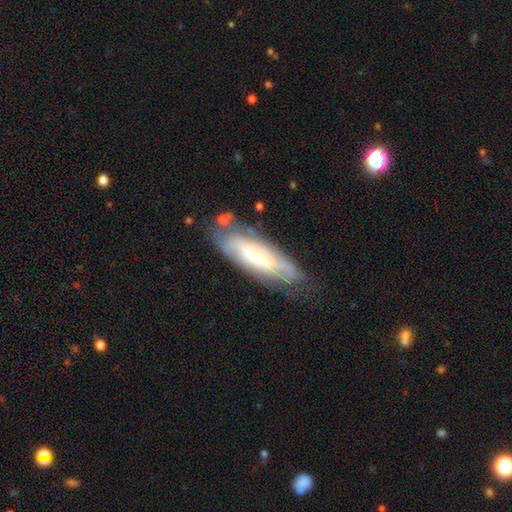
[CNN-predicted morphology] featured or disk 55%, smooth 38%, star or artifact 7%. Down the decision tree: edge-on disk — no (75%); merging — none (66%).